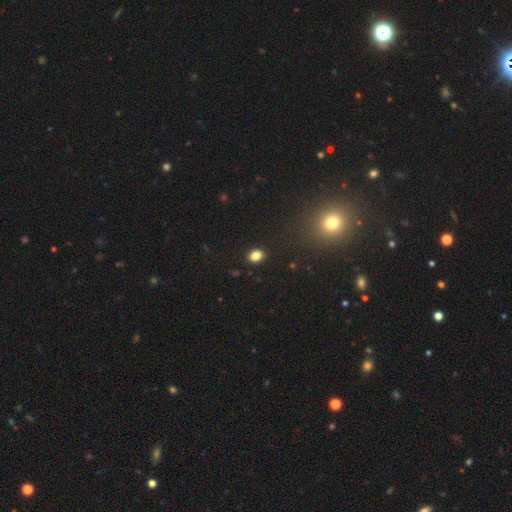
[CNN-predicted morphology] Q: Smooth or featured?
A: smooth (83%); runner-up: star or artifact (12%)
Q: How rounded?
A: in between (55%); runner-up: round (43%)
Q: Merging?
A: none (90%); runner-up: minor disturbance (7%)